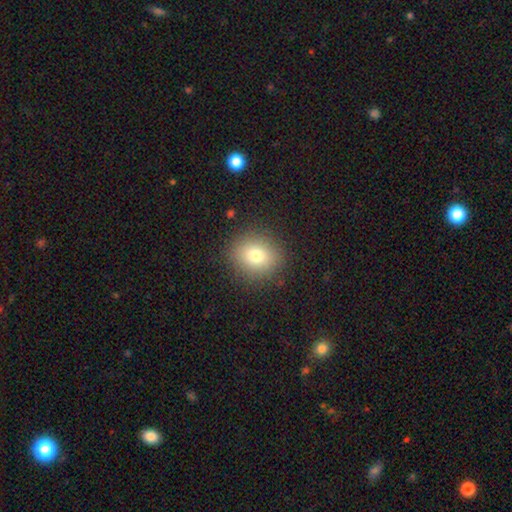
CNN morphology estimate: Smooth or featured? Predicted: smooth (p=0.77). How rounded? Predicted: round (p=0.78). Merging? Predicted: none (p=0.89).